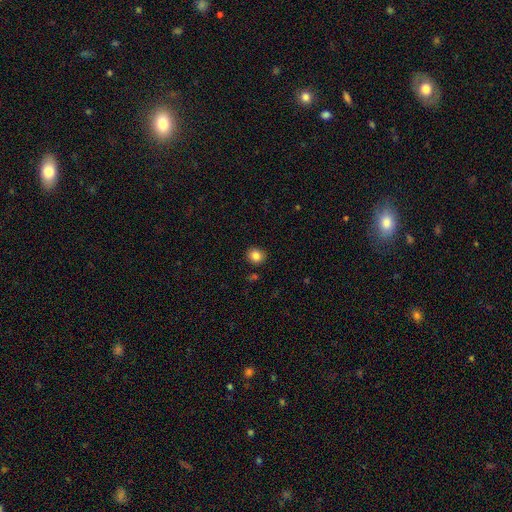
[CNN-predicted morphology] This is clearly a smooth galaxy (84%). How rounded: likely round (79%). Merging: clearly none (89%).